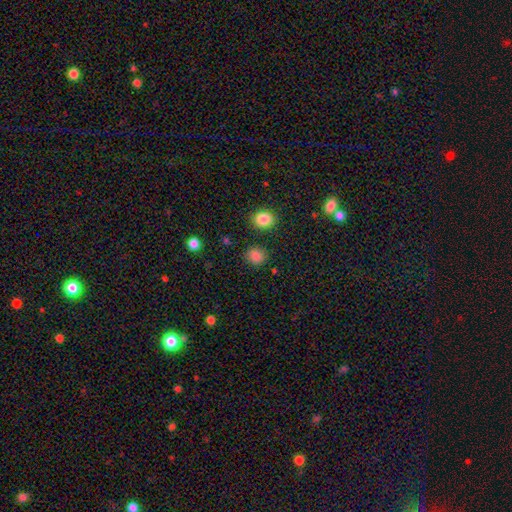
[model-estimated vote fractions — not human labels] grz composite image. It shows a smooth galaxy with no disk features (84%) that is round (83%). Merging: none (86%).